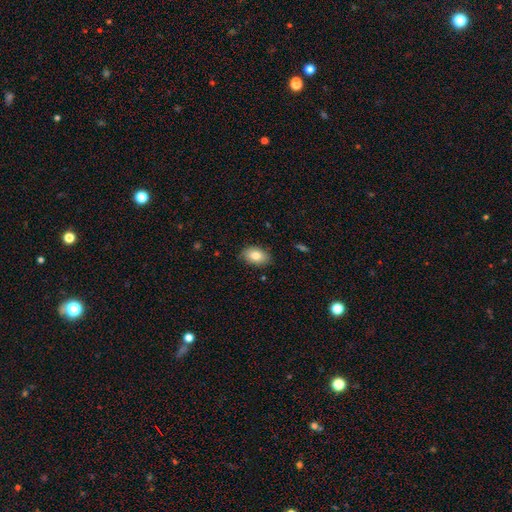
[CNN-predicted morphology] Smooth or featured? Predicted: smooth (p=0.82). How rounded? Predicted: in between (p=0.87). Merging? Predicted: none (p=0.85).